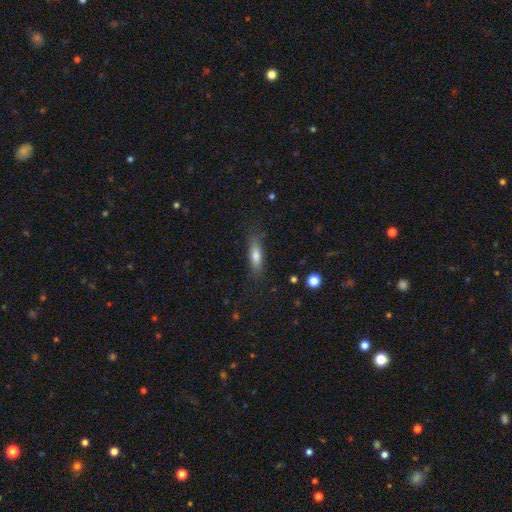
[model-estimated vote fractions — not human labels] A smooth galaxy with no disk features (73%) that is cigar-shaped (52%). Merging: none (78%).